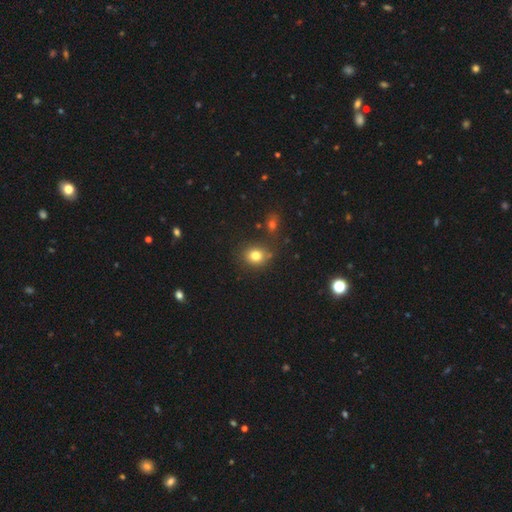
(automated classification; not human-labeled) smooth_or_featured: smooth (p=0.80) [alt: star or artifact p=0.13]
how_rounded: round (p=0.70) [alt: in between p=0.29]
merging: none (p=0.78) [alt: minor disturbance p=0.11]